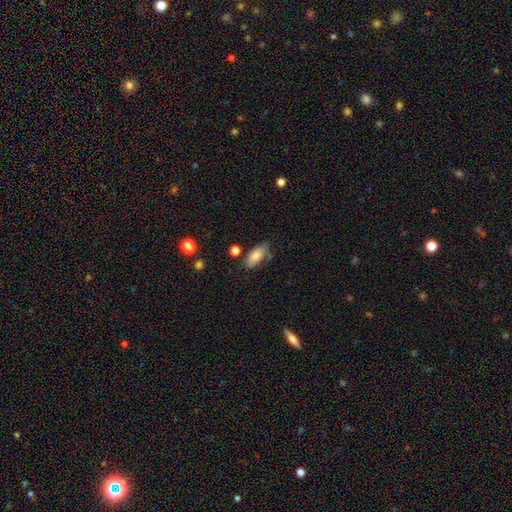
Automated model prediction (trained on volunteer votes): Morphology: type=smooth (81%); roundness=in between (85%); merging=none (63%).